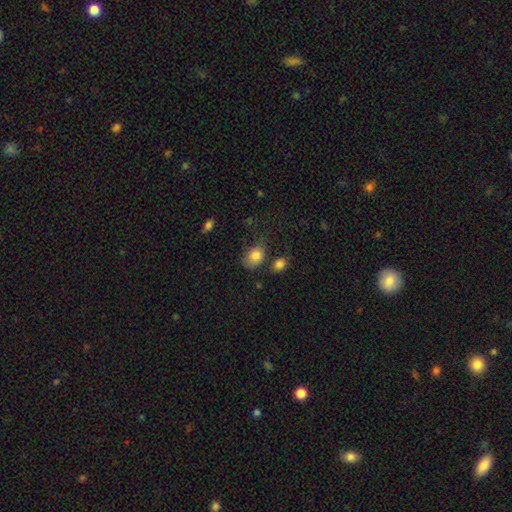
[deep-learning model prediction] Smooth or featured? Predicted: smooth (p=0.81). How rounded? Predicted: in between (p=0.72). Merging? Predicted: none (p=0.51).